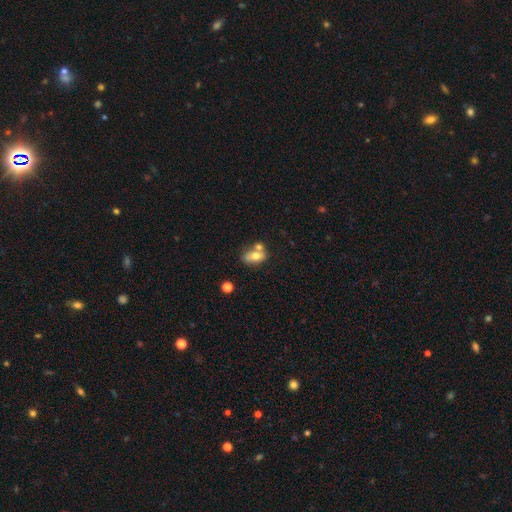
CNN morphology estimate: Q: Smooth or featured?
A: smooth (65%); runner-up: featured or disk (26%)
Q: How rounded?
A: in between (81%); runner-up: round (13%)
Q: Merging?
A: none (48%); runner-up: merger (33%)